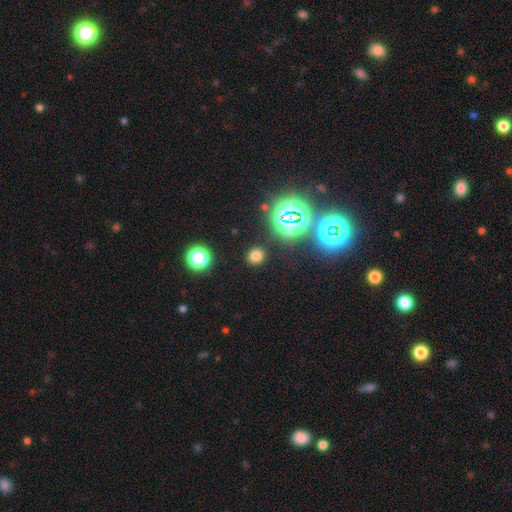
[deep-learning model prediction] Q: Smooth or featured?
A: smooth (69%); runner-up: star or artifact (25%)
Q: How rounded?
A: round (78%); runner-up: in between (20%)
Q: Merging?
A: none (88%); runner-up: minor disturbance (7%)